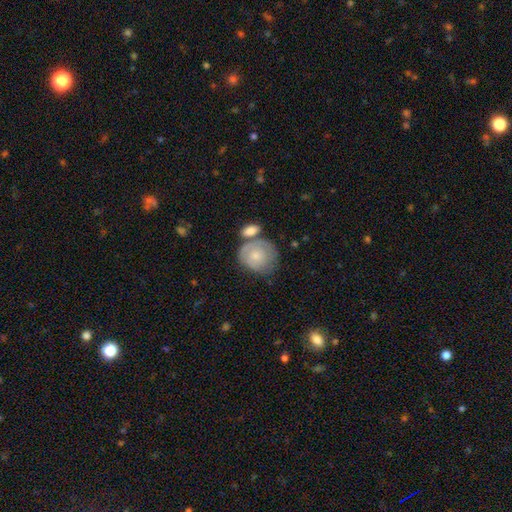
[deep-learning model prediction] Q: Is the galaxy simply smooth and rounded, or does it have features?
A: smooth — 67%.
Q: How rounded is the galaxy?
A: round — 76%.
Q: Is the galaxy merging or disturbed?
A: none — 45%.